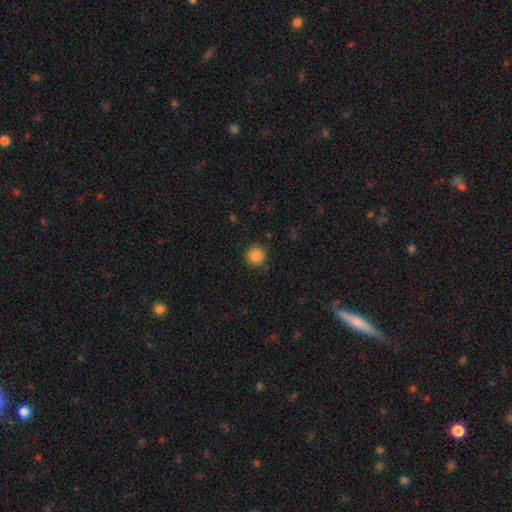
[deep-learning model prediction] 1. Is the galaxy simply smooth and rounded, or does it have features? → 86% smooth, 10% star or artifact, 4% featured or disk.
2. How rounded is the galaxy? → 93% round, 6% in between, 1% cigar-shaped.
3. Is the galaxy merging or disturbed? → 88% none, 9% minor disturbance, 2% major disturbance, 1% merger.